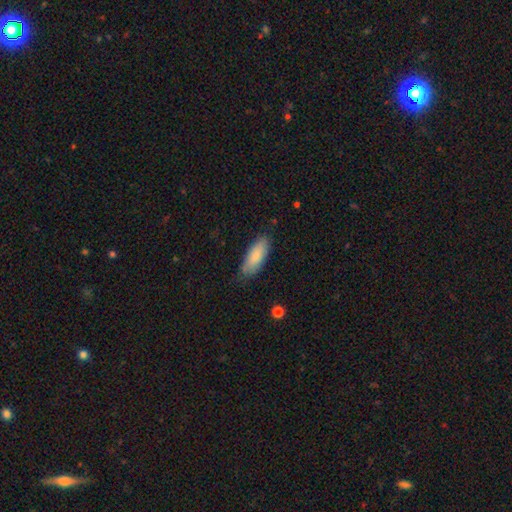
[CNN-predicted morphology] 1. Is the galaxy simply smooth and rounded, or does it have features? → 83% smooth, 11% featured or disk, 6% star or artifact.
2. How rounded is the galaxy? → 72% in between, 26% cigar-shaped, 2% round.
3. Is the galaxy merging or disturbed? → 76% none, 19% minor disturbance, 3% major disturbance, 1% merger.